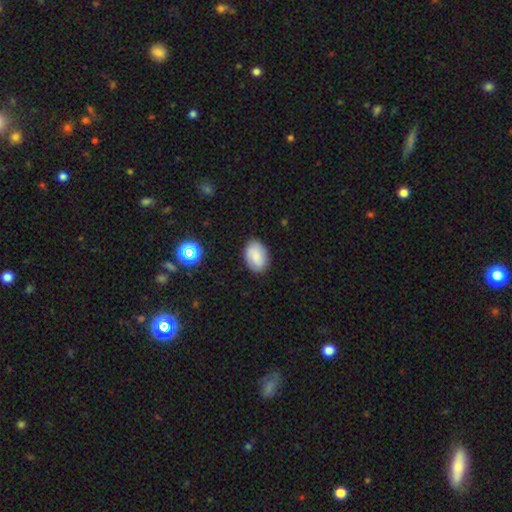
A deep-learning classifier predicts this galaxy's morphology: This is likely a smooth galaxy (77%). How rounded: clearly in between (86%). Merging: clearly none (85%).